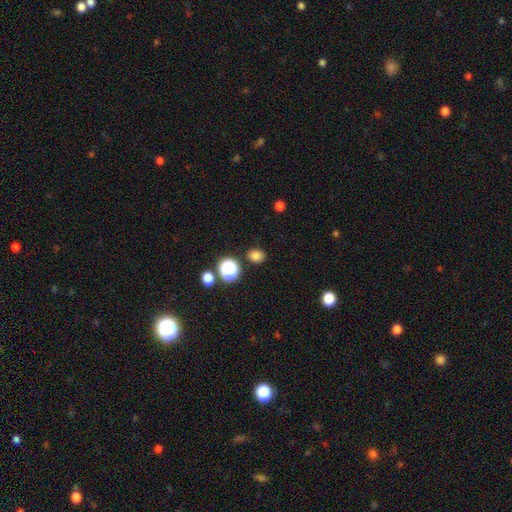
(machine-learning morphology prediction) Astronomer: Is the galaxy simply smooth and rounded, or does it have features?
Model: smooth — 79%.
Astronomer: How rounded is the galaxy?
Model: round — 62%.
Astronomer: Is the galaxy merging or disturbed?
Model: none — 85%.